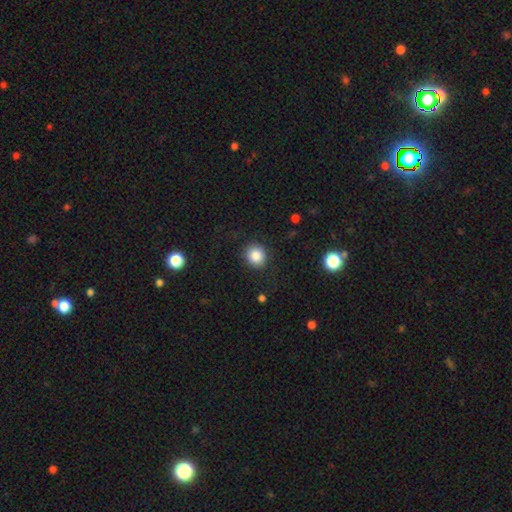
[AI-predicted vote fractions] This is clearly a smooth galaxy (86%). How rounded: clearly round (84%). Merging: clearly none (87%).